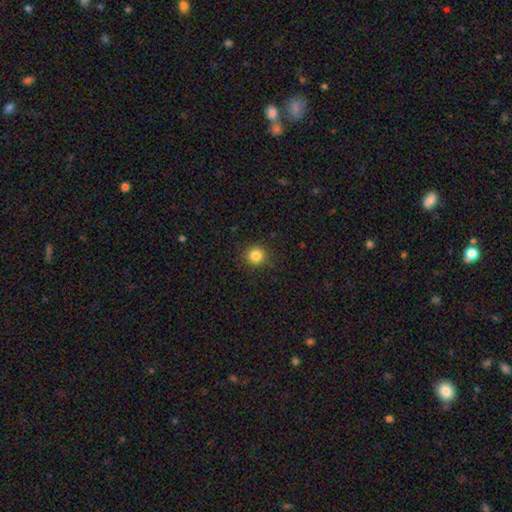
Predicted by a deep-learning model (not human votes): A smooth galaxy with no disk features (84%) that is round (92%). Merging: none (89%).